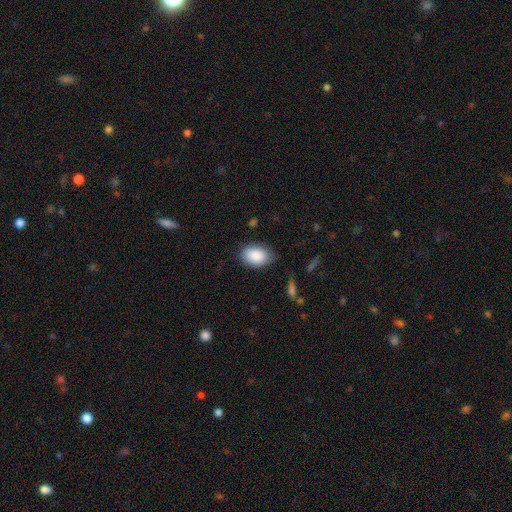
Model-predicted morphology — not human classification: This appears to be a smooth galaxy with no disk features (89%) that is in between round and cigar-shaped (87%). Merging: none (78%).